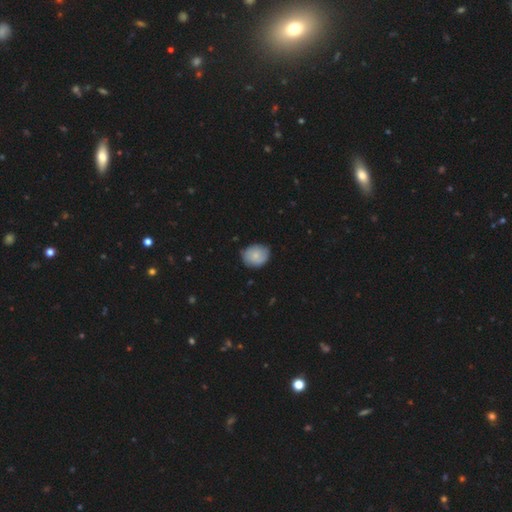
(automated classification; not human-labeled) Smooth or featured: smooth — 72% (featured or disk — 21%)
How rounded: round — 64% (in between — 35%)
Merging: none — 76% (minor disturbance — 19%)